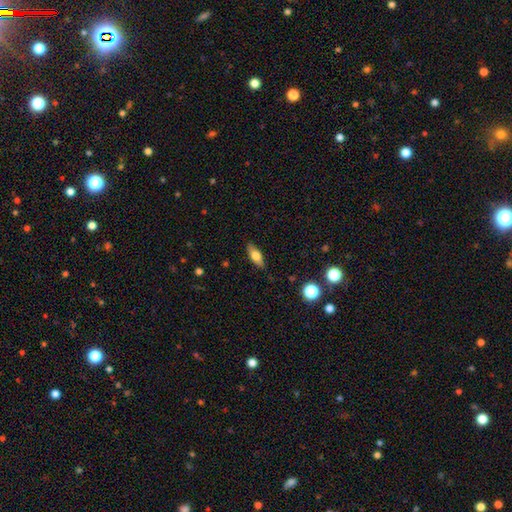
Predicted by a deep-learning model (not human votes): Smooth or featured? smooth (70%)
How rounded? in between (73%)
Merging? none (86%)